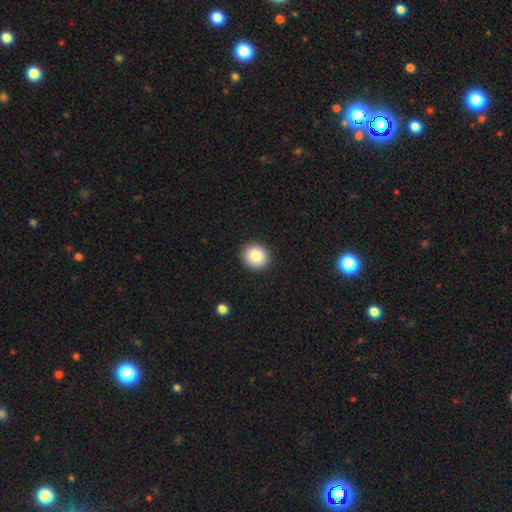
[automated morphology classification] The model was most divided on "how rounded": round: 82%, in between: 17%, cigar-shaped: 1%. More confident: merging — none (91%); smooth or featured — smooth (86%).